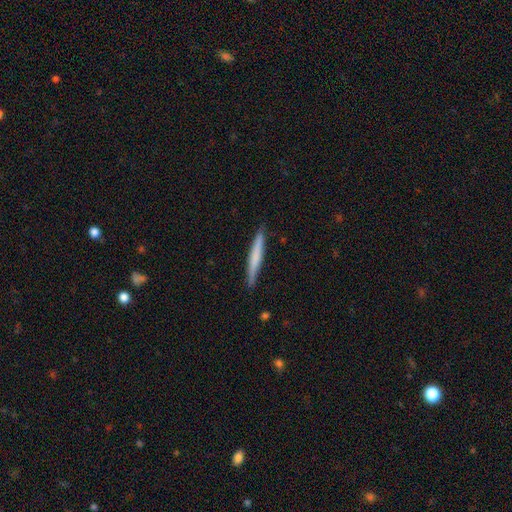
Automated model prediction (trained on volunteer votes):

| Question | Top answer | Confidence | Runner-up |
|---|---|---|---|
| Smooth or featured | smooth | 61% | featured or disk (34%) |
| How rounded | cigar-shaped | 96% | in between (3%) |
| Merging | none | 88% | minor disturbance (9%) |